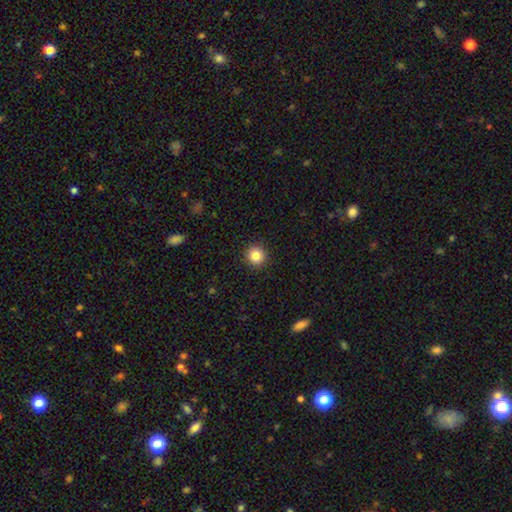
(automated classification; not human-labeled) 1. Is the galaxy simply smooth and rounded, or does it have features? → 84% smooth, 11% star or artifact, 5% featured or disk.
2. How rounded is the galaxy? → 94% round, 5% in between, 1% cigar-shaped.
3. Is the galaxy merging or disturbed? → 93% none, 5% minor disturbance, 2% major disturbance, 1% merger.